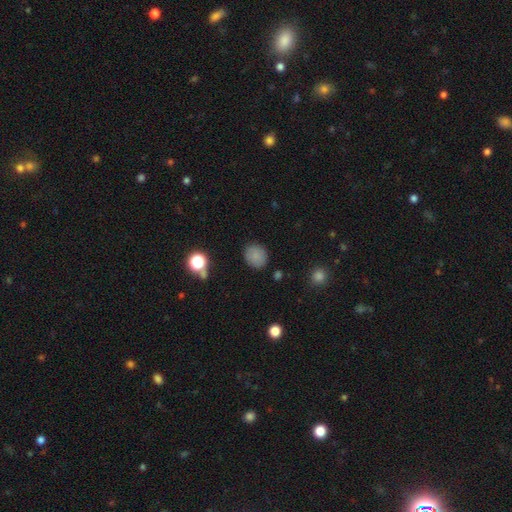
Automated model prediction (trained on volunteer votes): Overall: smooth (82%). How rounded: round (67%; in between 32%). Merging: none (83%).